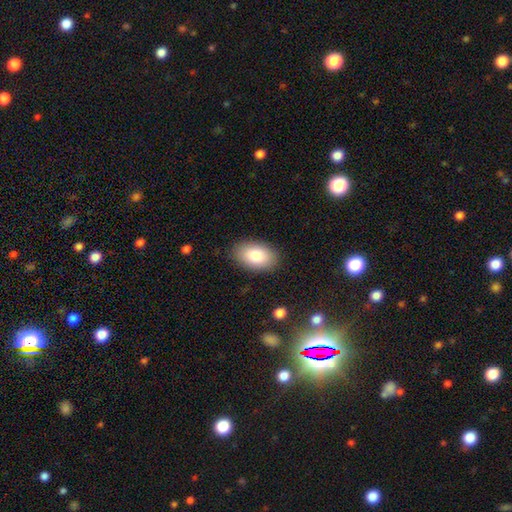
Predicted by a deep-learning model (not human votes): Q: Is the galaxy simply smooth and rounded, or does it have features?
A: smooth — 83%.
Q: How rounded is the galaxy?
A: in between — 91%.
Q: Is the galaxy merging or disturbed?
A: none — 87%.